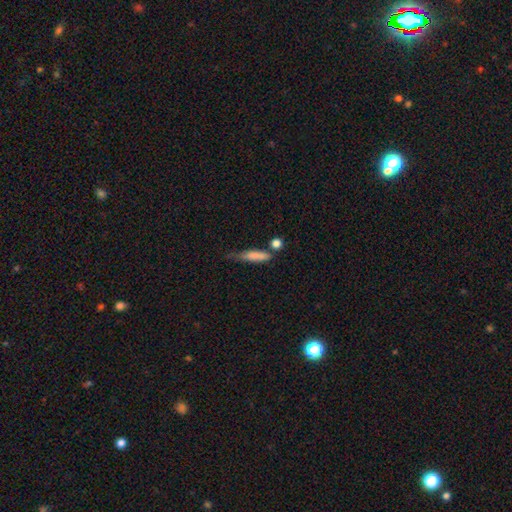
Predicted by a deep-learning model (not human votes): This appears to be a smooth galaxy with no disk features (73%) that is cigar-shaped (73%). Merging: none (40%).